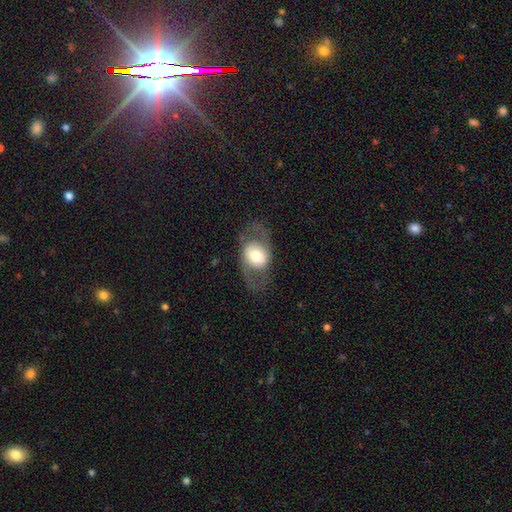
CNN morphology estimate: A featured or disk galaxy (55%). Merging: none (70%).